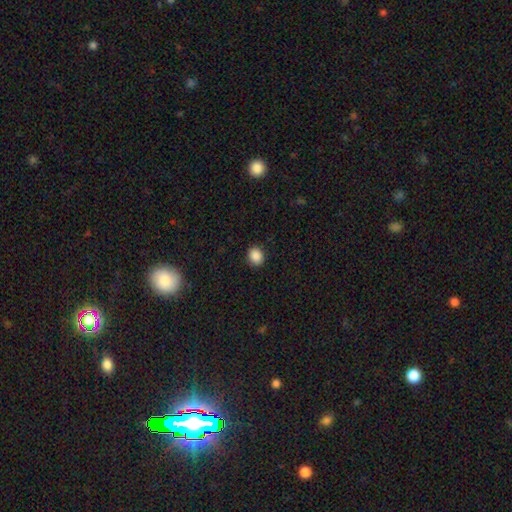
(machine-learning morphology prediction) A smooth galaxy with no disk features (88%) that is round (59%).

Vote fractions:
- Smooth or featured? smooth: 88% / star or artifact: 9% / featured or disk: 3%
- How rounded? round: 59% / in between: 40% / cigar-shaped: 1%
- Merging? none: 90% / minor disturbance: 7% / major disturbance: 2% / merger: 1%